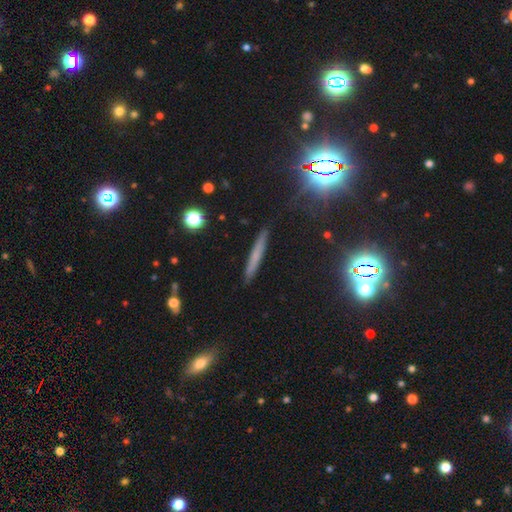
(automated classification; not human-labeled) A smooth galaxy with no disk features (53%) that is cigar-shaped (94%). Merging: none (89%).